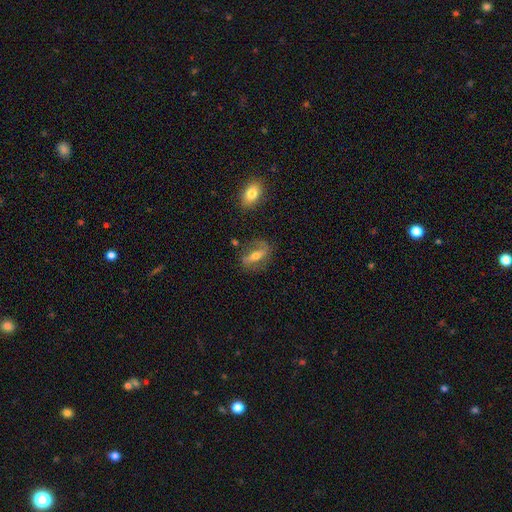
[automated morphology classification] featured or disk 61%, smooth 30%, star or artifact 9%. Down the decision tree: edge-on disk — no (80%); merging — none (70%).